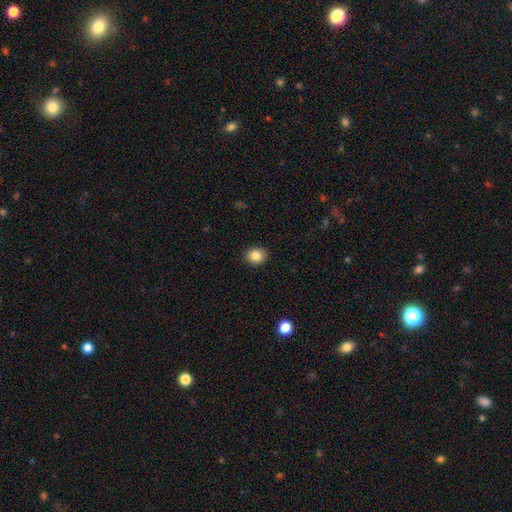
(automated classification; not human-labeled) Smooth or featured?
  - smooth: 85% *
  - star or artifact: 10%
  - featured or disk: 6%
How rounded?
  - round: 71% *
  - in between: 28%
  - cigar-shaped: 1%
Merging?
  - none: 91% *
  - minor disturbance: 6%
  - major disturbance: 2%
  - merger: 1%